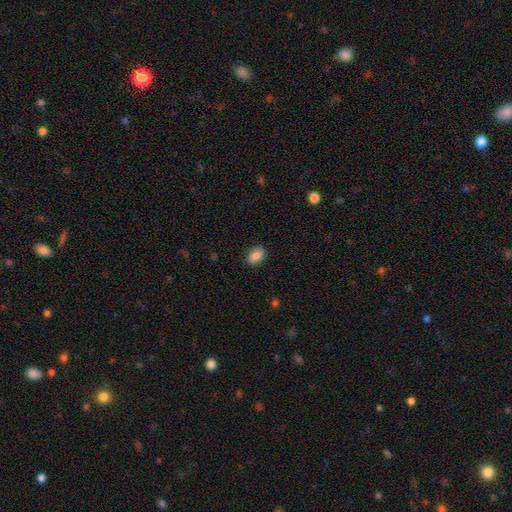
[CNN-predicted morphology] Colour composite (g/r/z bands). It shows a smooth galaxy with no disk features (86%) that is in between round and cigar-shaped (81%). Merging: none (87%).